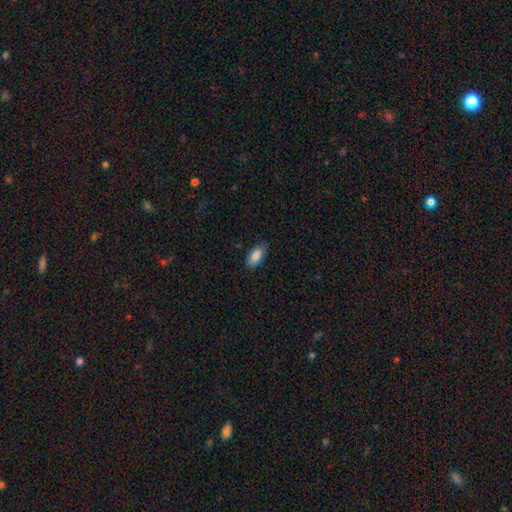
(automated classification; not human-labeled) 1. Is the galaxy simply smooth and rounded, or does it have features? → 87% smooth, 7% featured or disk, 6% star or artifact.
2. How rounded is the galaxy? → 88% in between, 10% cigar-shaped, 2% round.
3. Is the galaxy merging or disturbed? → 83% none, 14% minor disturbance, 3% major disturbance, 1% merger.